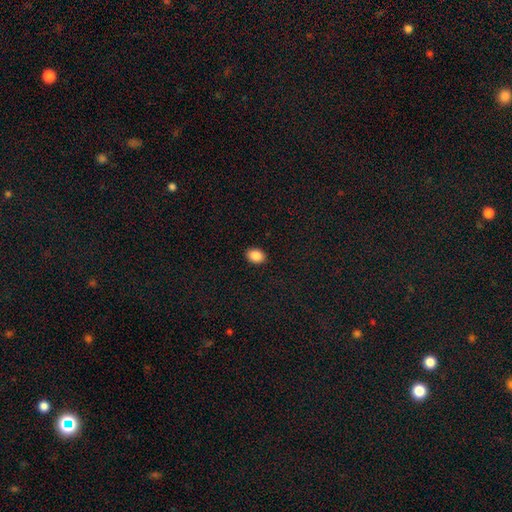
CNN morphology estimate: A smooth galaxy with no disk features (88%) that is in between round and cigar-shaped (72%). Merging: none (90%).